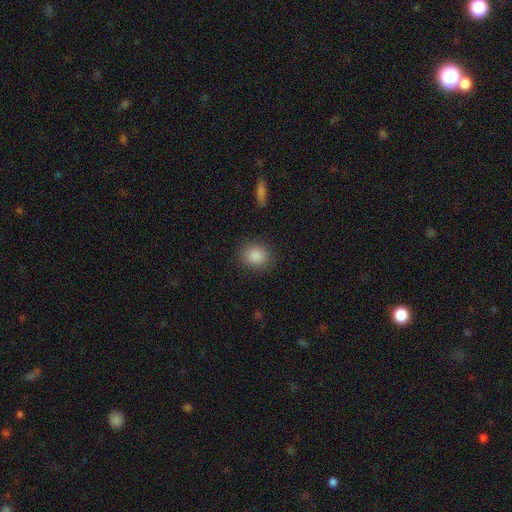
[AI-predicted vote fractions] Smooth or featured: smooth — 88% (star or artifact — 9%)
How rounded: round — 68% (in between — 30%)
Merging: none — 87% (minor disturbance — 8%)